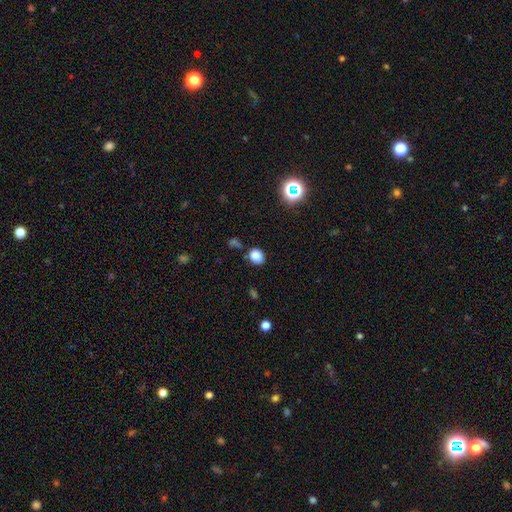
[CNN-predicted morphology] Smooth or featured? smooth (82%)
How rounded? round (60%)
Merging? none (79%)